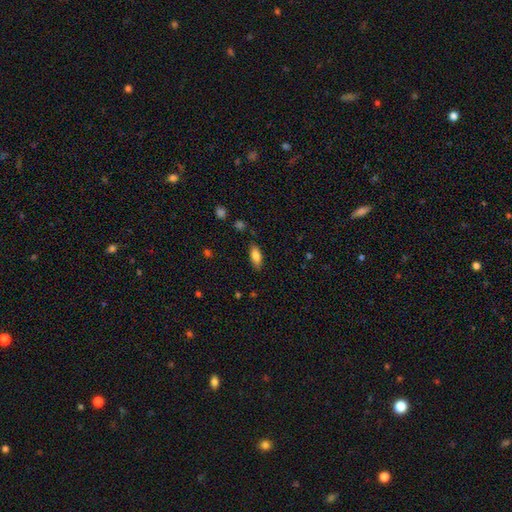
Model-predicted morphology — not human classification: smooth 80%, featured or disk 12%, star or artifact 7%. Down the decision tree: how rounded — in between (81%); merging — none (83%).